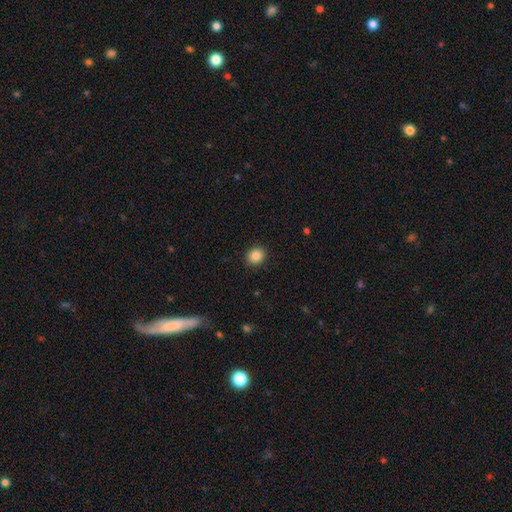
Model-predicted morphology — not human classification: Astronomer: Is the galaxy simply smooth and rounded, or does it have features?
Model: smooth — 86%.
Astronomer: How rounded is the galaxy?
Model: round — 74%.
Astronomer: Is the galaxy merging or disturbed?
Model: none — 91%.